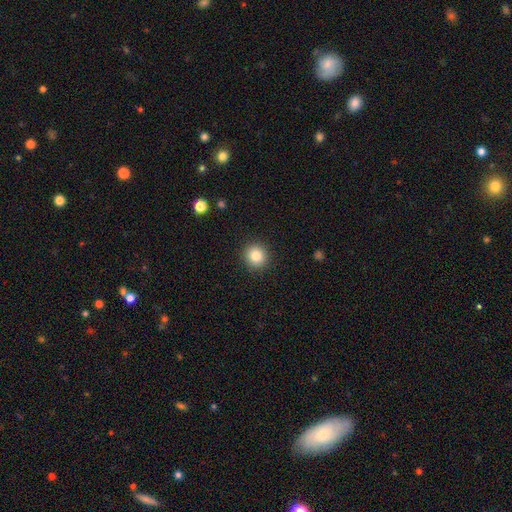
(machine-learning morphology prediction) Smooth or featured?
  - smooth: 84% *
  - star or artifact: 10%
  - featured or disk: 6%
How rounded?
  - round: 92% *
  - in between: 7%
  - cigar-shaped: 1%
Merging?
  - none: 91% *
  - minor disturbance: 6%
  - major disturbance: 2%
  - merger: 1%